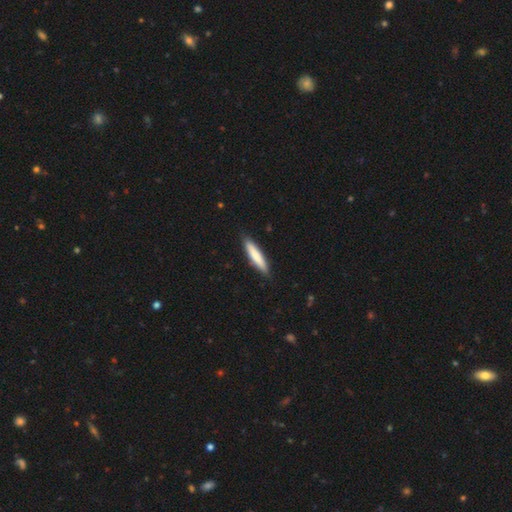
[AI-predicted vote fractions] A smooth galaxy with no disk features (77%) that is cigar-shaped (87%).

Vote fractions:
- Smooth or featured? smooth: 77% / featured or disk: 18% / star or artifact: 5%
- How rounded? cigar-shaped: 87% / in between: 12% / round: 1%
- Merging? none: 88% / minor disturbance: 9% / major disturbance: 2% / merger: 1%